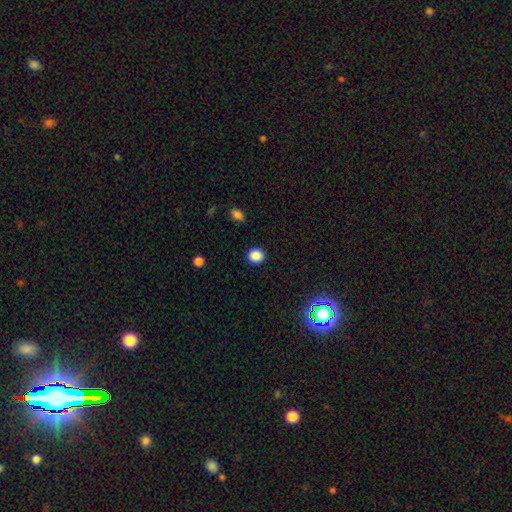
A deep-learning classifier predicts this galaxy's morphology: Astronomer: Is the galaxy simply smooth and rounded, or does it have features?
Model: smooth — 87%.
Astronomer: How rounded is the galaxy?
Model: round — 85%.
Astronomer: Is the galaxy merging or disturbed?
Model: none — 91%.